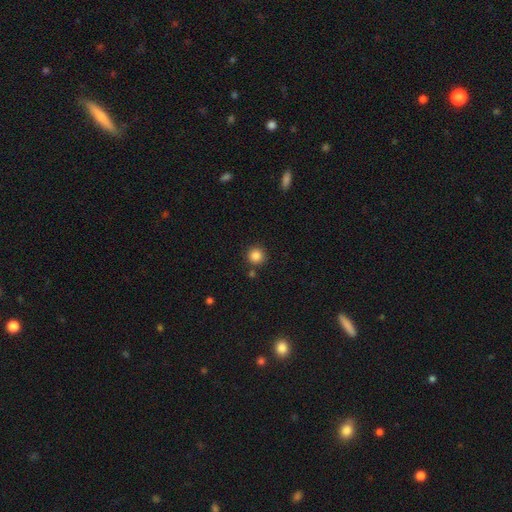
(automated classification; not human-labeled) Overall: smooth (86%). How rounded: round (95%). Merging: none (86%).